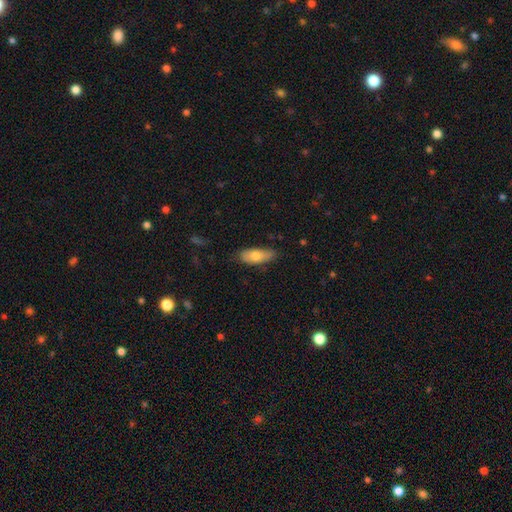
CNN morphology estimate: smooth_or_featured: smooth (p=0.73) [alt: featured or disk p=0.21]
how_rounded: in between (p=0.77) [alt: cigar-shaped p=0.21]
merging: none (p=0.71) [alt: minor disturbance p=0.24]